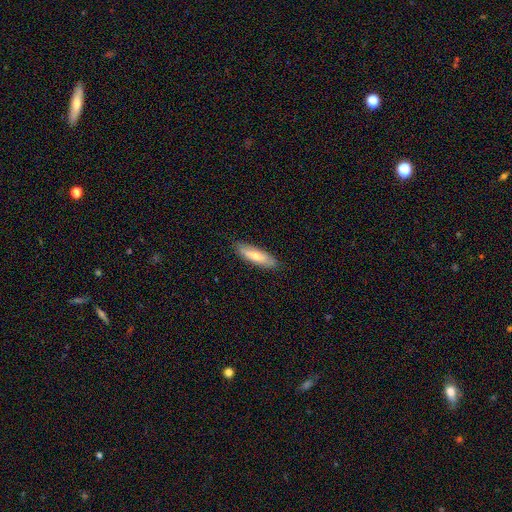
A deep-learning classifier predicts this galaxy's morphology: Q: Smooth or featured?
A: smooth (68%); runner-up: featured or disk (26%)
Q: How rounded?
A: cigar-shaped (57%); runner-up: in between (42%)
Q: Merging?
A: none (86%); runner-up: minor disturbance (11%)